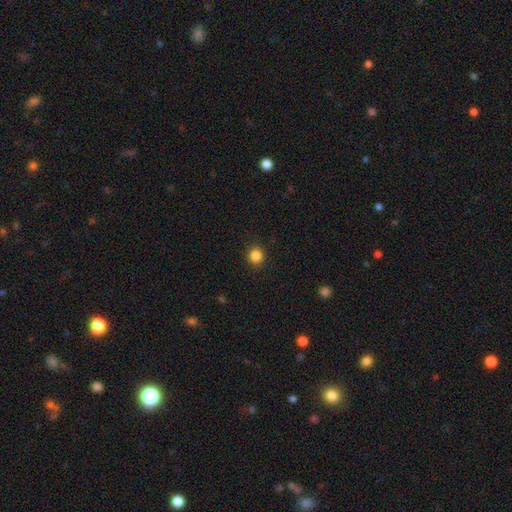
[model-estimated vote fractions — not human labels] Overall: smooth (85%). How rounded: round (92%). Merging: none (91%).